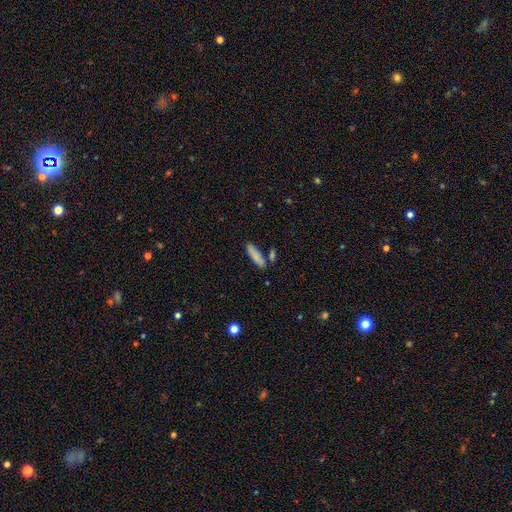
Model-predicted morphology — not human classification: The model was most divided on "how rounded": cigar-shaped: 63%, in between: 35%, round: 2%. More confident: smooth or featured — smooth (85%); merging — none (77%).